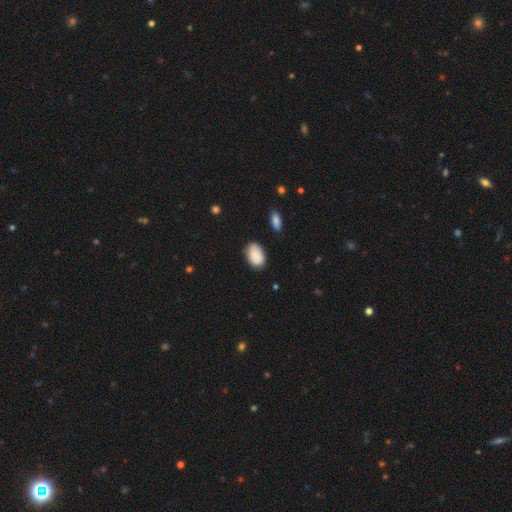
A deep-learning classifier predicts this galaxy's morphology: A smooth galaxy with no disk features (86%) that is in between round and cigar-shaped (87%).

Vote fractions:
- Smooth or featured? smooth: 86% / featured or disk: 7% / star or artifact: 7%
- How rounded? in between: 87% / round: 12% / cigar-shaped: 1%
- Merging? none: 76% / minor disturbance: 18% / major disturbance: 4% / merger: 2%